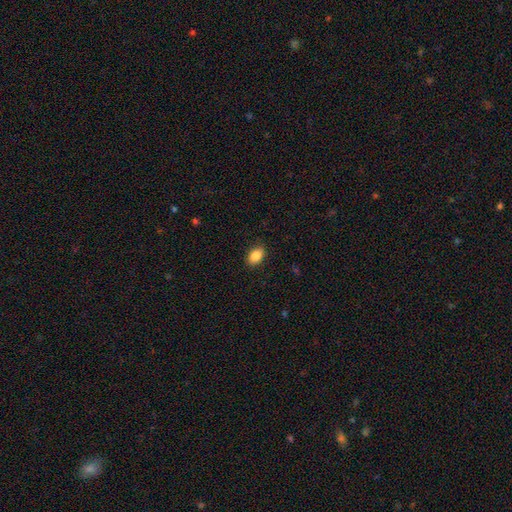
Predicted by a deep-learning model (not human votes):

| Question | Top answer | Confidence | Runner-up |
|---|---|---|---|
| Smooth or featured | smooth | 87% | star or artifact (8%) |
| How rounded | in between | 84% | round (14%) |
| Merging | none | 88% | minor disturbance (9%) |